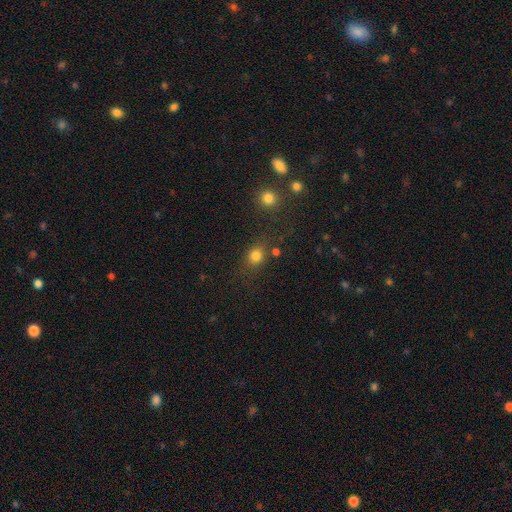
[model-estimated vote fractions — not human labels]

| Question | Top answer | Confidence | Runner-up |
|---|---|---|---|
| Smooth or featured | smooth | 78% | star or artifact (15%) |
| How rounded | round | 69% | in between (30%) |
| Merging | none | 70% | minor disturbance (13%) |